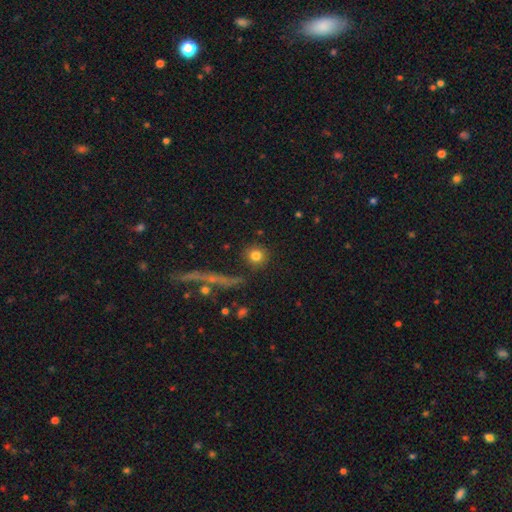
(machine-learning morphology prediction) Smooth or featured?
  - smooth: 80% *
  - star or artifact: 11%
  - featured or disk: 9%
How rounded?
  - round: 92% *
  - in between: 6%
  - cigar-shaped: 2%
Merging?
  - none: 86% *
  - minor disturbance: 8%
  - merger: 3%
  - major disturbance: 3%